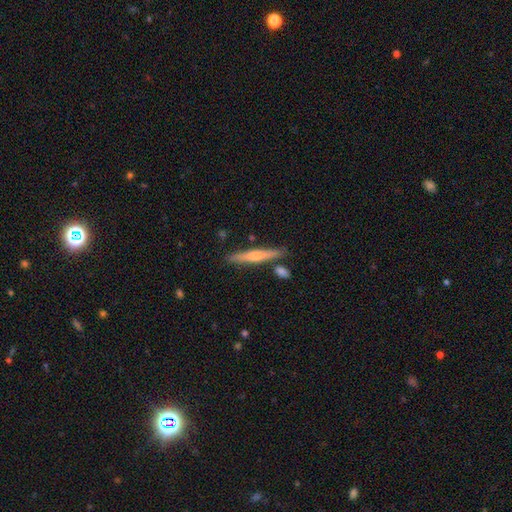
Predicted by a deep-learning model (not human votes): A smooth galaxy with no disk features (49%). Merging: none (81%).